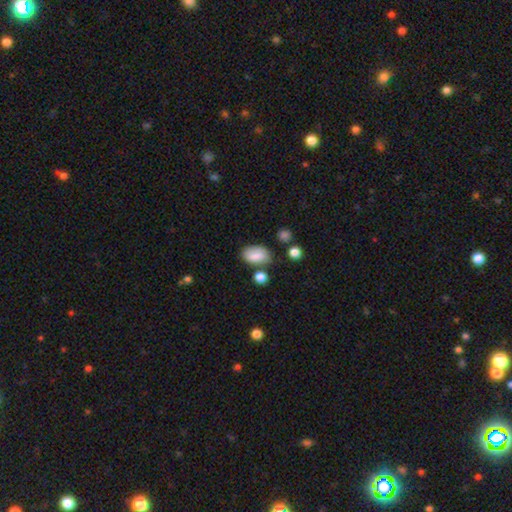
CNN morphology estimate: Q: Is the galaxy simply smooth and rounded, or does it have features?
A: smooth — 83%.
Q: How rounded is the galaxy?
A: in between — 90%.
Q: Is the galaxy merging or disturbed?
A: none — 68%.